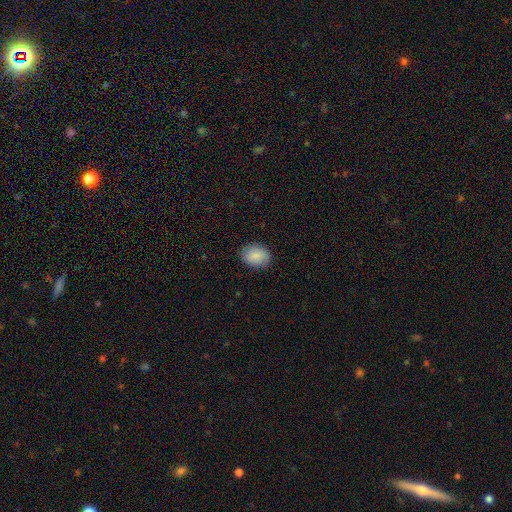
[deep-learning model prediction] A smooth galaxy with no disk features (88%) that is in between round and cigar-shaped (62%). Merging: none (86%).